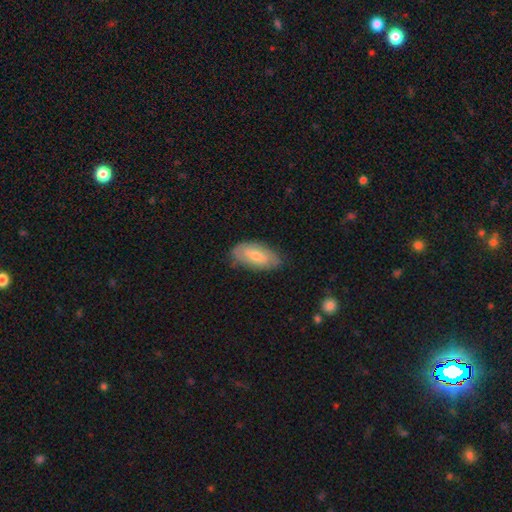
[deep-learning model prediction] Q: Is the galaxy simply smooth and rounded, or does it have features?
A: smooth — 63%.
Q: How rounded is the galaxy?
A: in between — 91%.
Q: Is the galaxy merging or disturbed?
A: none — 74%.